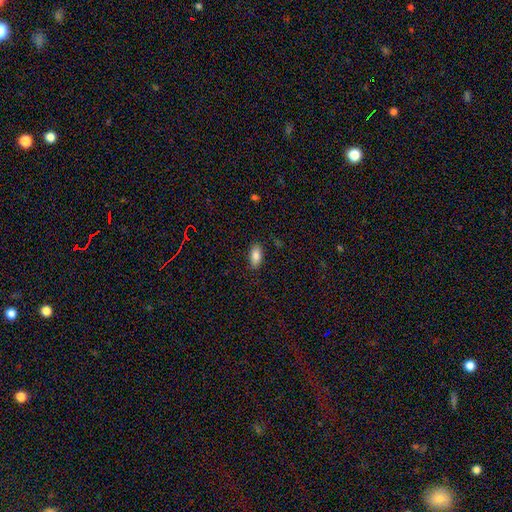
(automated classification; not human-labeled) Smooth or featured?
  - smooth: 86% *
  - star or artifact: 8%
  - featured or disk: 6%
How rounded?
  - in between: 90% *
  - cigar-shaped: 8%
  - round: 3%
Merging?
  - none: 86% *
  - minor disturbance: 10%
  - major disturbance: 2%
  - merger: 1%